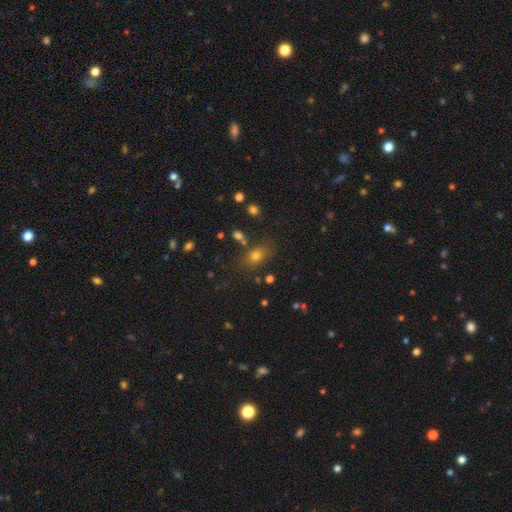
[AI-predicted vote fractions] smooth_or_featured: smooth (p=0.70) [alt: star or artifact p=0.19]
how_rounded: in between (p=0.66) [alt: round p=0.30]
merging: none (p=0.74) [alt: minor disturbance p=0.13]